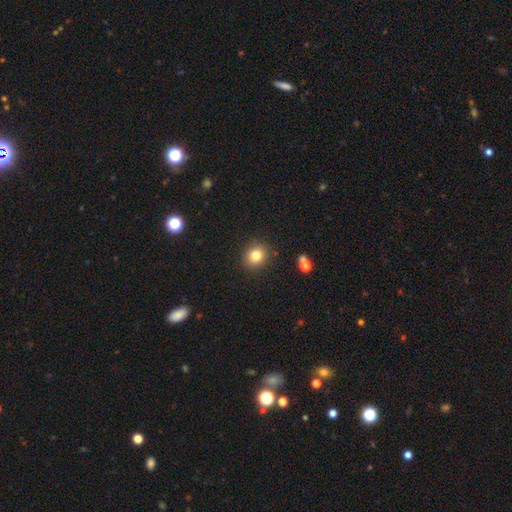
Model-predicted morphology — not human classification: smooth-or-featured: smooth: 81% | star or artifact: 12% | featured or disk: 7%
  how-rounded: round: 78% | in between: 21% | cigar-shaped: 1%
  merging: none: 88% | minor disturbance: 8% | major disturbance: 2% | merger: 2%